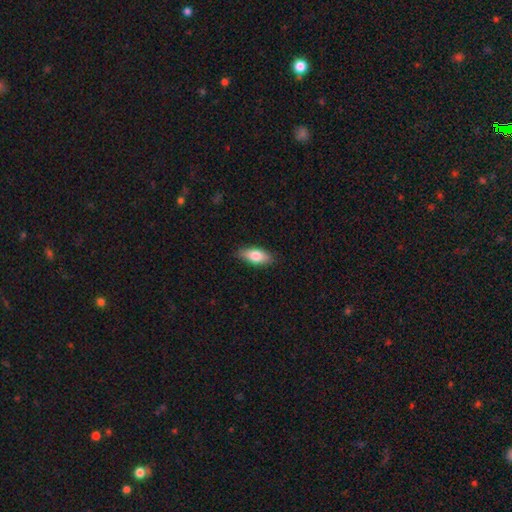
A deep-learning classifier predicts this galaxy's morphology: A smooth galaxy with no disk features (77%) that is in between round and cigar-shaped (80%).

Vote fractions:
- Smooth or featured? smooth: 77% / featured or disk: 17% / star or artifact: 6%
- How rounded? in between: 80% / cigar-shaped: 17% / round: 3%
- Merging? none: 87% / minor disturbance: 10% / major disturbance: 2% / merger: 1%